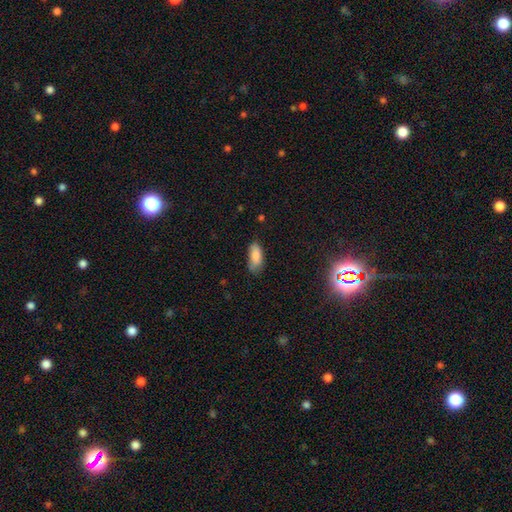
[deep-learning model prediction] A smooth galaxy with no disk features (84%) that is in between round and cigar-shaped (84%). Merging: none (66%).